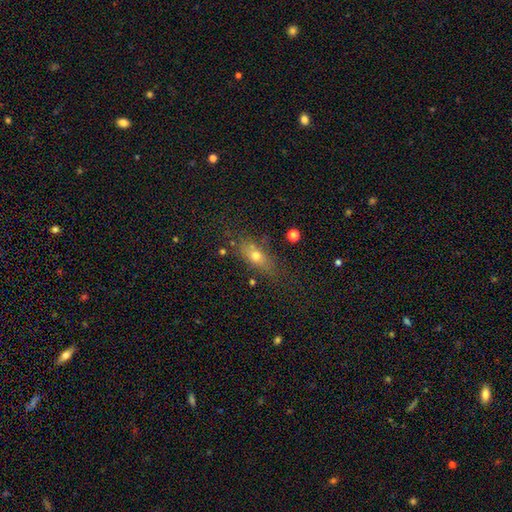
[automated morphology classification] This appears to be a smooth galaxy with no disk features (61%) that is in between round and cigar-shaped (60%). Merging: none (72%).